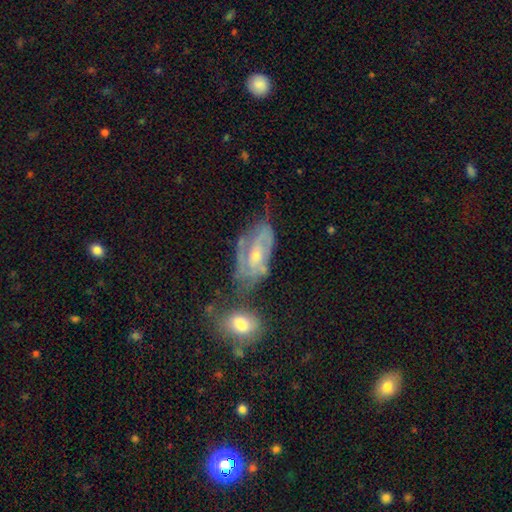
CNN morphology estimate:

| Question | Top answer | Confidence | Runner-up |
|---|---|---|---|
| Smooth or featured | featured or disk | 78% | smooth (15%) |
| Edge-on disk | no | 94% | yes (6%) |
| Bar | no | 51% | weak (38%) |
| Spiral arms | yes | 89% | no (11%) |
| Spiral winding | tight | 53% | medium (36%) |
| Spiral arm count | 2 | 45% | can't tell (31%) |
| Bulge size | small | 60% | moderate (36%) |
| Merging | none | 49% | minor disturbance (24%) |